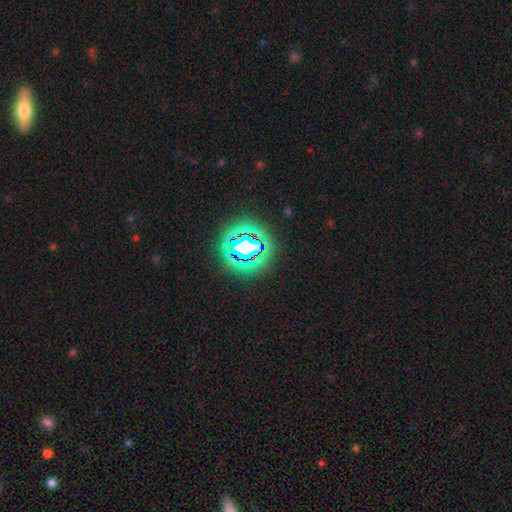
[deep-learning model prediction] Smooth or featured? star or artifact (79%)